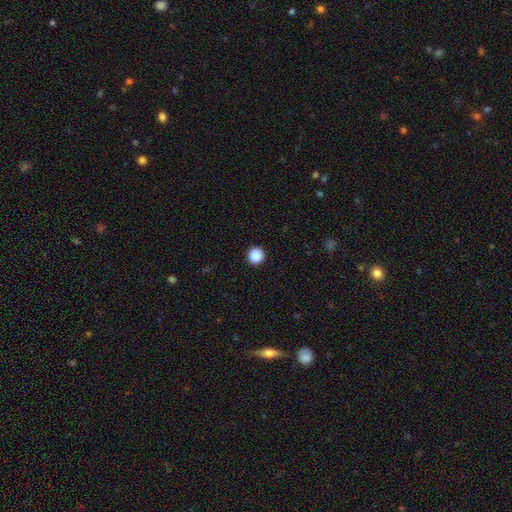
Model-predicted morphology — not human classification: smooth 88%, star or artifact 9%, featured or disk 2%. Down the decision tree: how rounded — round (96%); merging — none (94%).